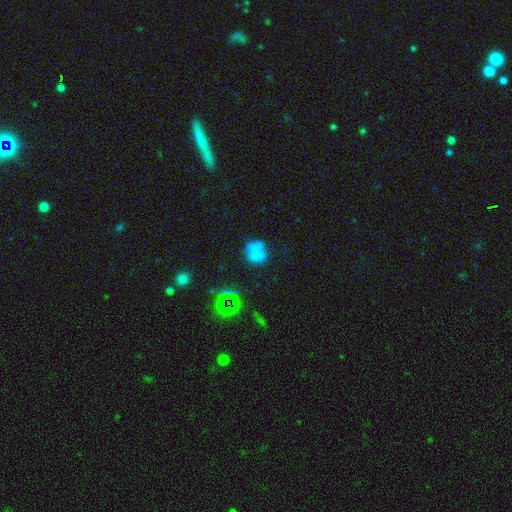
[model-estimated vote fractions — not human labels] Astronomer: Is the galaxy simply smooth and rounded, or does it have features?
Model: smooth — 60%.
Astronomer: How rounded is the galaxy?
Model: round — 54% (runner-up: in between, 45%).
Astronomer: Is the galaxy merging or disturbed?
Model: merger — 44% (runner-up: none, 31%).